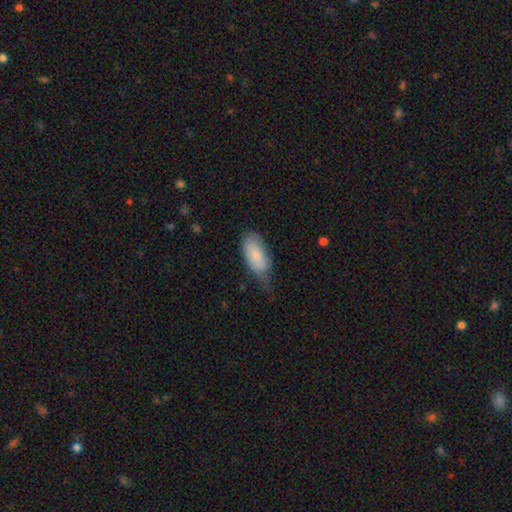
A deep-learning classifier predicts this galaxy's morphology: smooth_or_featured: smooth (p=0.81) [alt: featured or disk p=0.13]
how_rounded: in between (p=0.91) [alt: cigar-shaped p=0.07]
merging: minor disturbance (p=0.45) [alt: none p=0.38]